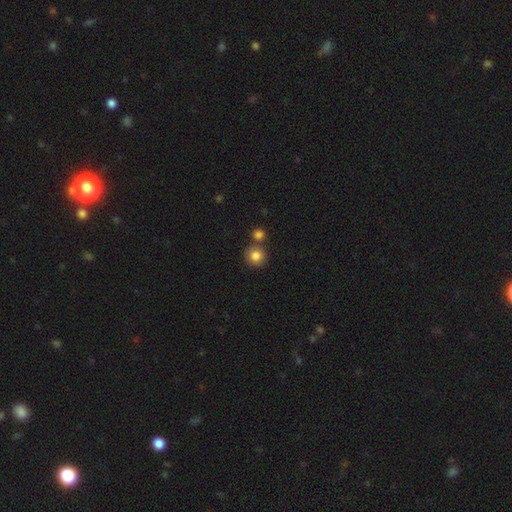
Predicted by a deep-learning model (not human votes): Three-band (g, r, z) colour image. It shows a smooth galaxy with no disk features (84%) that is round (92%). Merging: none (71%).